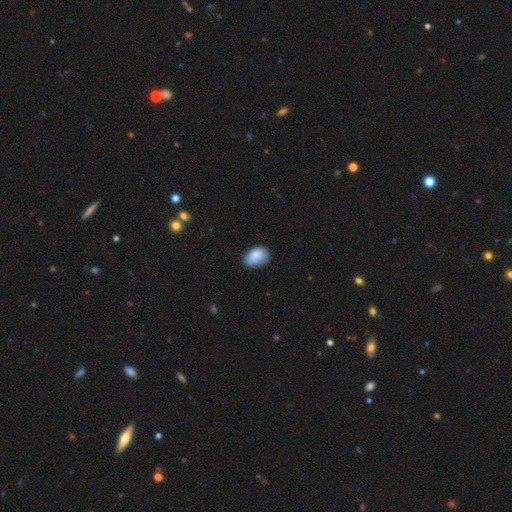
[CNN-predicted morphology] This appears to be a smooth galaxy with no disk features (86%) that is in between round and cigar-shaped (88%). Merging: none (70%).